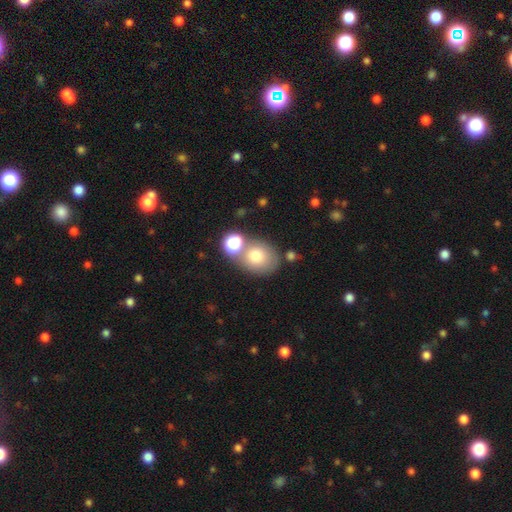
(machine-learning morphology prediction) This is likely a smooth galaxy (74%). How rounded: likely round (65%). Merging: possibly none (55%).